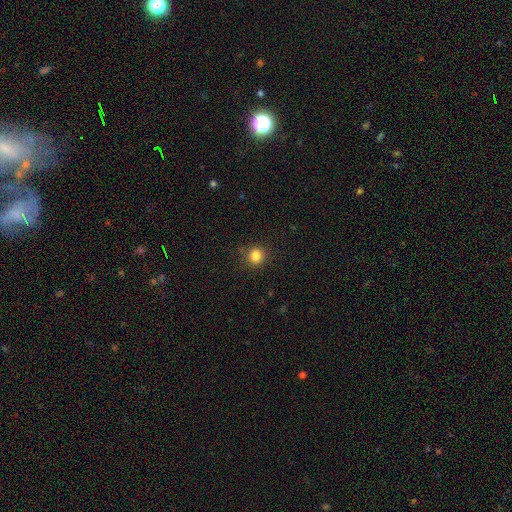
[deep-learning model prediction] Morphology: type=smooth (84%); roundness=round (91%); merging=none (87%).